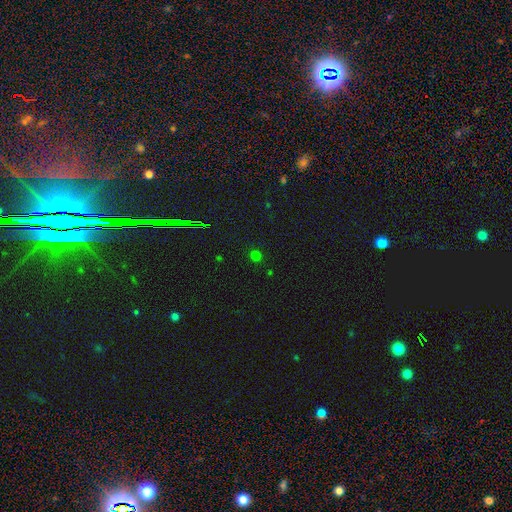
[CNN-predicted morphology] Smooth or featured? Predicted: smooth (p=0.68). How rounded? Predicted: round (p=0.87). Merging? Predicted: none (p=0.90).